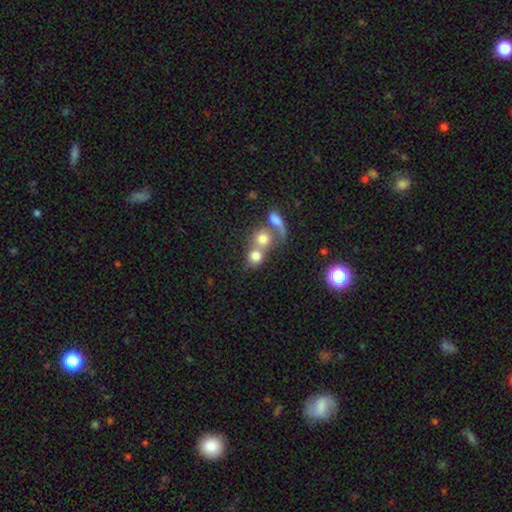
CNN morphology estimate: A smooth galaxy with no disk features (74%) that is round (78%). Merging: merger (60%).